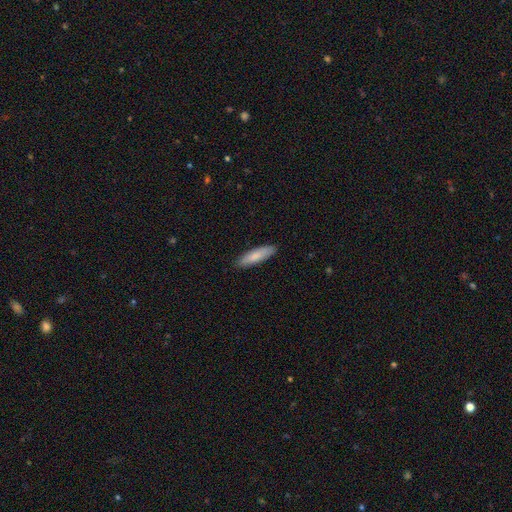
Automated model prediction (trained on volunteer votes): smooth-or-featured: smooth: 83% | featured or disk: 12% | star or artifact: 5%
  how-rounded: cigar-shaped: 71% | in between: 28% | round: 1%
  merging: none: 89% | minor disturbance: 8% | major disturbance: 2% | merger: 1%